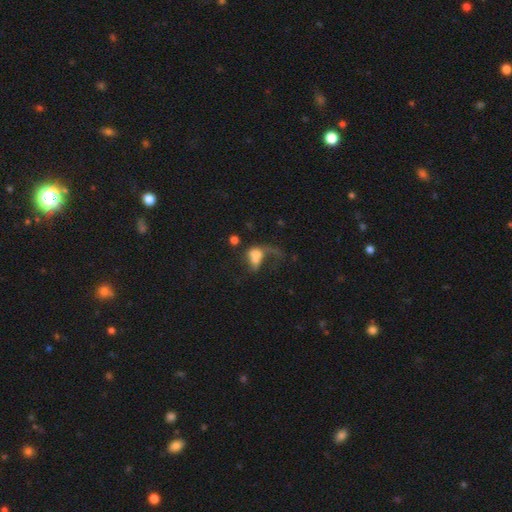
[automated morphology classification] Q: Smooth or featured?
A: smooth (52%); runner-up: featured or disk (35%)
Q: How rounded?
A: in between (67%); runner-up: round (30%)
Q: Merging?
A: major disturbance (44%); runner-up: merger (34%)